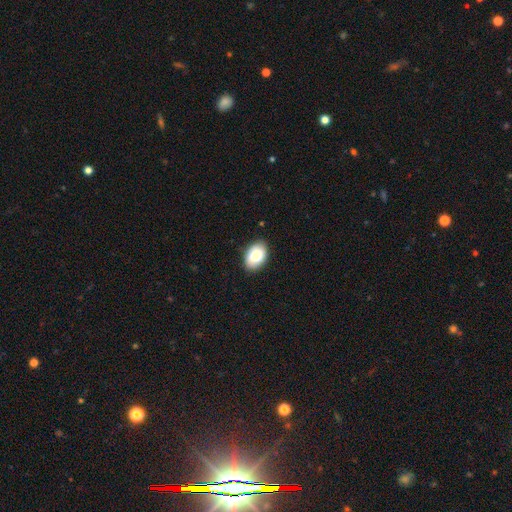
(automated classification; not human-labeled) A smooth galaxy with no disk features (85%) that is in between round and cigar-shaped (87%). Merging: none (83%).